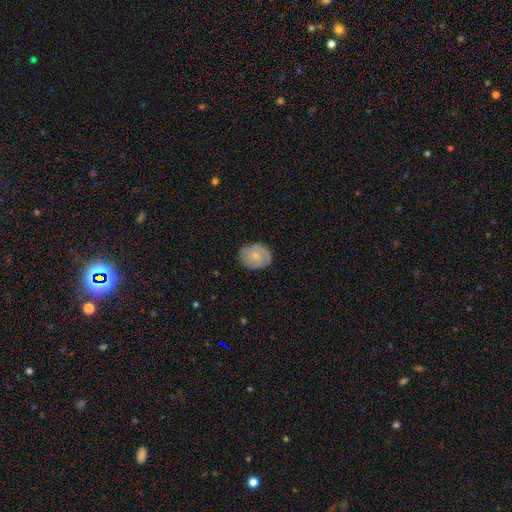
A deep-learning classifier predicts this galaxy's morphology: Smooth or featured: smooth — 55% (featured or disk — 38%)
How rounded: round — 52% (in between — 47%)
Merging: none — 77% (minor disturbance — 18%)